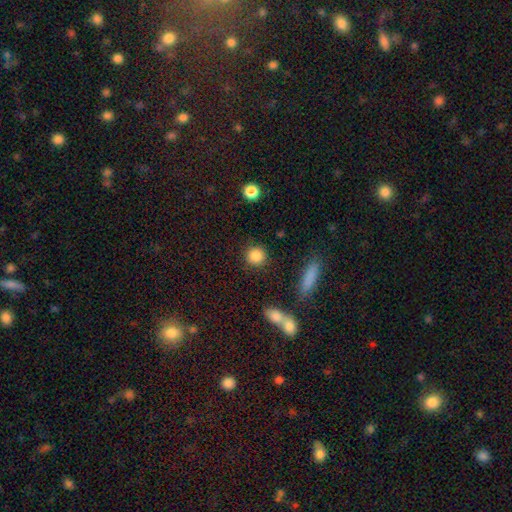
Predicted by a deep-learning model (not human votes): Q: Smooth or featured?
A: smooth (86%); runner-up: star or artifact (9%)
Q: How rounded?
A: round (91%); runner-up: in between (7%)
Q: Merging?
A: none (88%); runner-up: minor disturbance (7%)